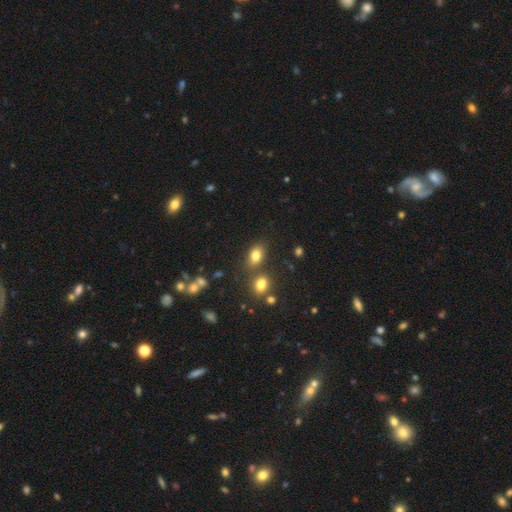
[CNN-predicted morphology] A smooth galaxy with no disk features (80%) that is in between round and cigar-shaped (77%).

Vote fractions:
- Smooth or featured? smooth: 80% / star or artifact: 12% / featured or disk: 8%
- How rounded? in between: 77% / round: 21% / cigar-shaped: 2%
- Merging? none: 67% / merger: 18% / minor disturbance: 12% / major disturbance: 4%